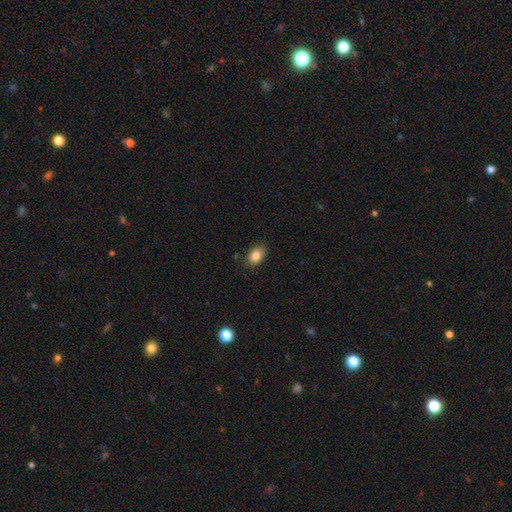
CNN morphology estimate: This is clearly a smooth galaxy (86%). How rounded: likely in between (78%). Merging: clearly none (84%).